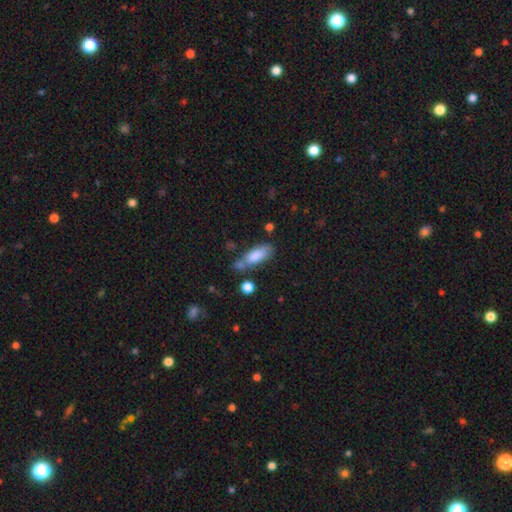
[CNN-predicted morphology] smooth-or-featured: smooth: 82% | featured or disk: 11% | star or artifact: 7%
  how-rounded: in between: 76% | cigar-shaped: 22% | round: 2%
  merging: none: 55% | minor disturbance: 22% | merger: 16% | major disturbance: 7%